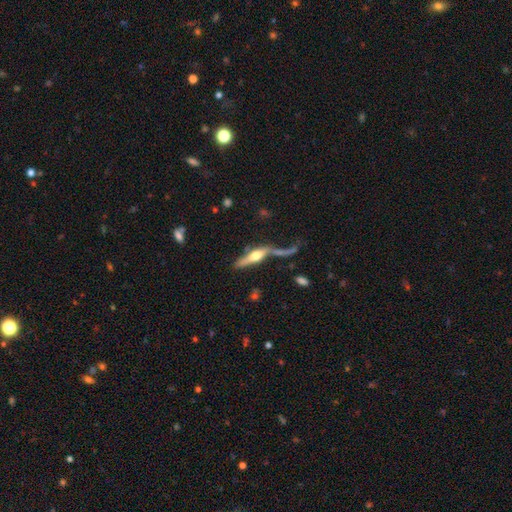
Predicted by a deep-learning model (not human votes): This appears to be a featured or disk galaxy (60%) viewed edge-on (85%) with a rounded central bulge (91%). Merging: none (41%).